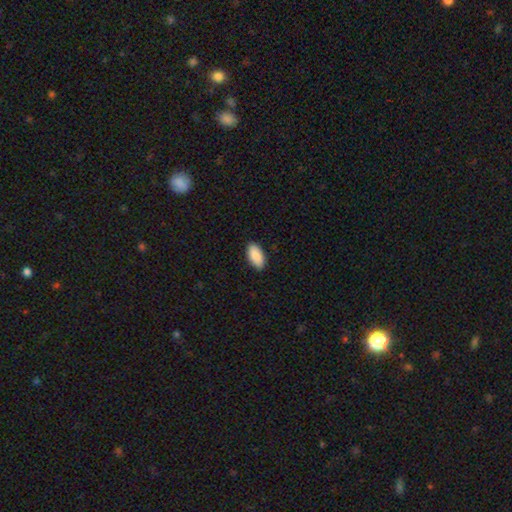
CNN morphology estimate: A smooth galaxy with no disk features (87%) that is in between round and cigar-shaped (94%).

Vote fractions:
- Smooth or featured? smooth: 87% / featured or disk: 7% / star or artifact: 6%
- How rounded? in between: 94% / cigar-shaped: 4% / round: 3%
- Merging? none: 87% / minor disturbance: 10% / major disturbance: 2% / merger: 1%